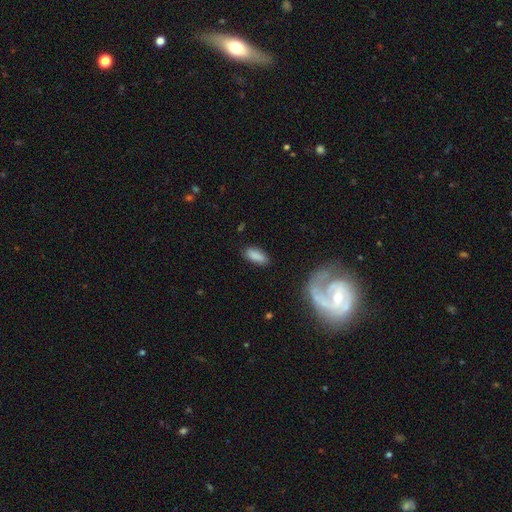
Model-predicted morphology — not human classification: A smooth galaxy with no disk features (87%) that is in between round and cigar-shaped (80%).

Vote fractions:
- Smooth or featured? smooth: 87% / star or artifact: 7% / featured or disk: 6%
- How rounded? in between: 80% / cigar-shaped: 18% / round: 2%
- Merging? none: 82% / minor disturbance: 14% / major disturbance: 3% / merger: 2%